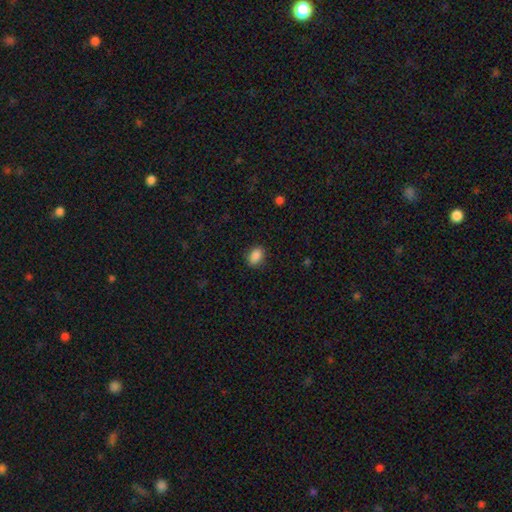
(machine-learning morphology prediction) The model was most divided on "how rounded": in between: 83%, round: 15%, cigar-shaped: 2%. More confident: smooth or featured — smooth (88%); merging — none (86%).